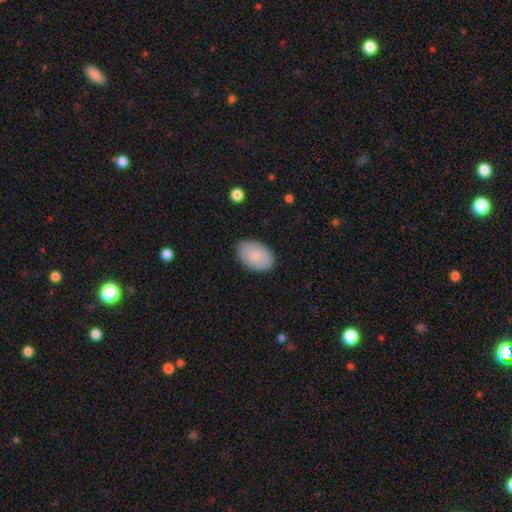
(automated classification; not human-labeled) A smooth galaxy with no disk features (86%) that is in between round and cigar-shaped (91%). Merging: none (86%).